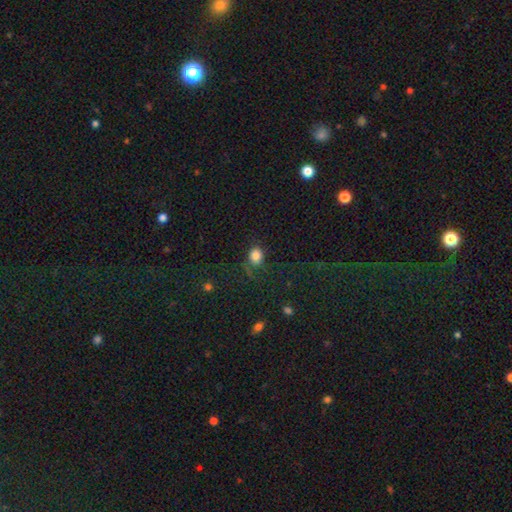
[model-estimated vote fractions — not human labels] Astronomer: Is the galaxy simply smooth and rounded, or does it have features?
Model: smooth — 82%.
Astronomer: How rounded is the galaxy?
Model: round — 62%.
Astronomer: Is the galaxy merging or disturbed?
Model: none — 63%.